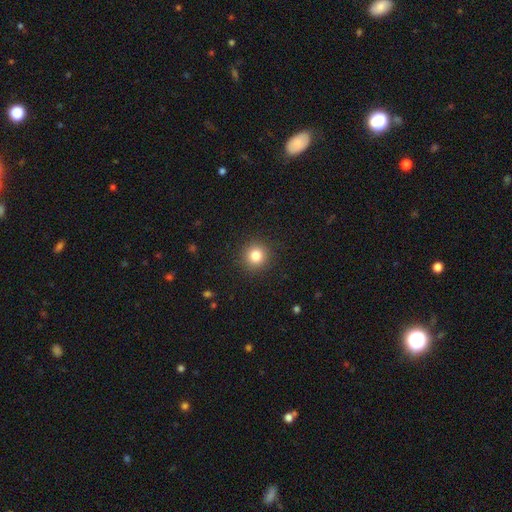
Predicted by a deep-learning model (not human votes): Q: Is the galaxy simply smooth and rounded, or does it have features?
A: smooth — 82%.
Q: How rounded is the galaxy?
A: round — 94%.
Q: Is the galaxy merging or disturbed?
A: none — 91%.